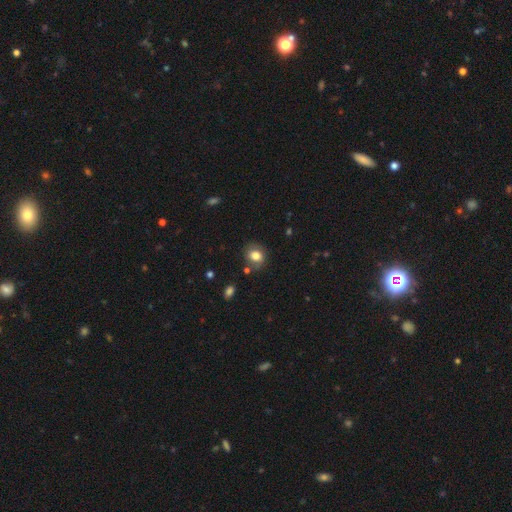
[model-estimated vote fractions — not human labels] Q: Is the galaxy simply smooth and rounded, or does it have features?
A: smooth — 76%.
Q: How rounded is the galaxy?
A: round — 59%.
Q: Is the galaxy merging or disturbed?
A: none — 74%.